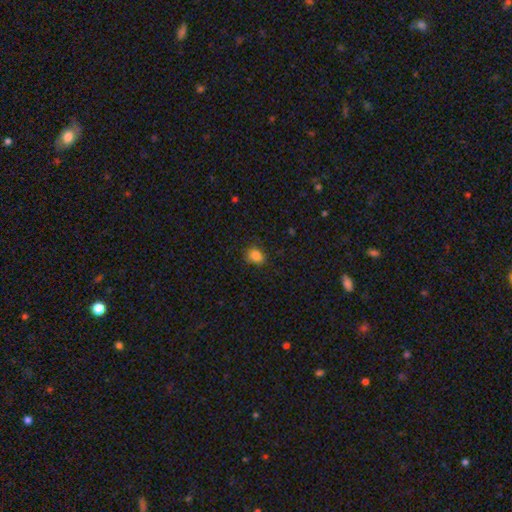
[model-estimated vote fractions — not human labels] smooth_or_featured: smooth (p=0.84) [alt: star or artifact p=0.11]
how_rounded: round (p=0.57) [alt: in between p=0.42]
merging: none (p=0.81) [alt: minor disturbance p=0.15]